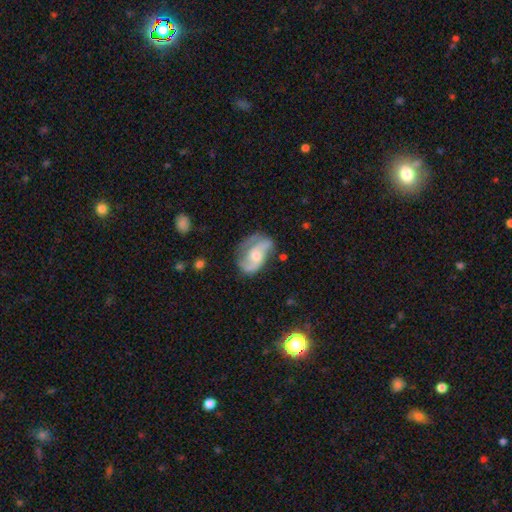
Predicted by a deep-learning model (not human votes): smooth-or-featured: featured or disk: 80% | smooth: 15% | star or artifact: 6%
  disk-edge-on: no: 97% | yes: 3%
    bar: no: 57% | weak: 34% | strong: 9%
    has-spiral-arms: yes: 94% | no: 6%
      spiral-winding: medium: 44% | loose: 40% | tight: 16%
      spiral-arm-count: 2: 85% | 1: 6% | can't tell: 6% | 3: 2% | 4: 1% | more than 4: 1%
    bulge-size: moderate: 53% | small: 36% | large: 6% | none: 4% | dominant: 1%
  merging: none: 57% | minor disturbance: 25% | major disturbance: 15% | merger: 3%